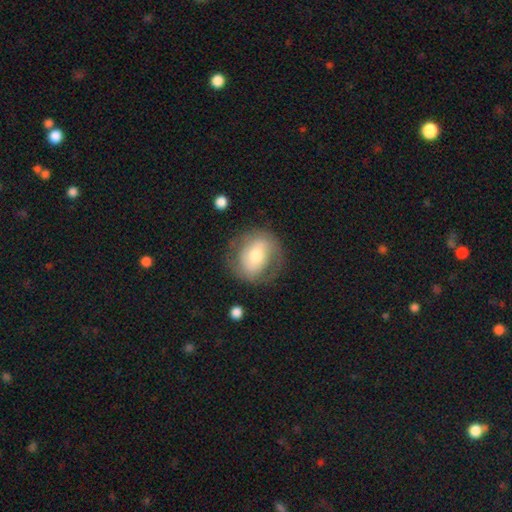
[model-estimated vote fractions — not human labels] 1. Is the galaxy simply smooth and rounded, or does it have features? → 48% featured or disk, 45% smooth, 7% star or artifact.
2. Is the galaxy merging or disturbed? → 71% none, 17% minor disturbance, 10% major disturbance, 2% merger.